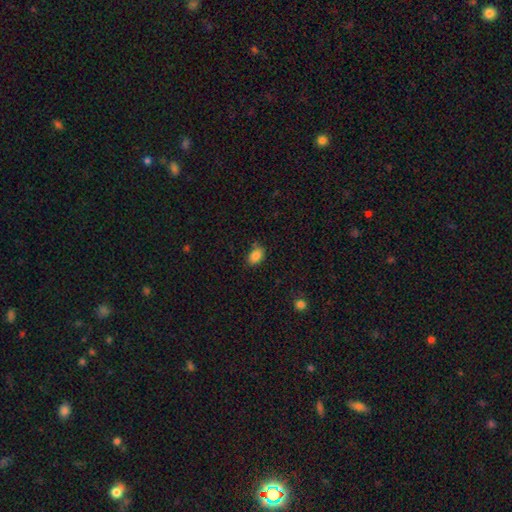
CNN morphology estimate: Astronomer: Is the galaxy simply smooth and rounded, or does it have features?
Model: smooth — 85%.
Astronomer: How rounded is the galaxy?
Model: in between — 82%.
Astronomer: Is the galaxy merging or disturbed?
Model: none — 75%.